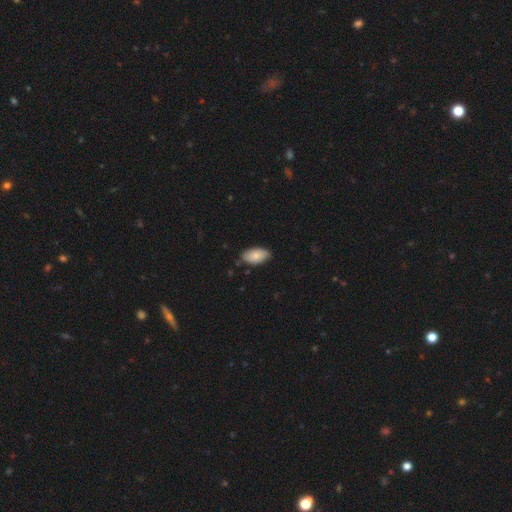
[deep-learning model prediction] Overall: smooth (81%). How rounded: in between (95%). Merging: none (78%).